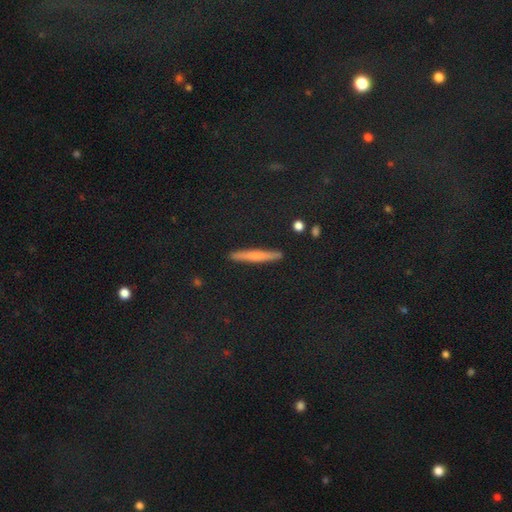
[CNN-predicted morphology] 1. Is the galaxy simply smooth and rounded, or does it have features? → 53% smooth, 29% featured or disk, 18% star or artifact.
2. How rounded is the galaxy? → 89% cigar-shaped, 7% in between, 5% round.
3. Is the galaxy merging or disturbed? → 89% none, 7% minor disturbance, 2% major disturbance, 2% merger.